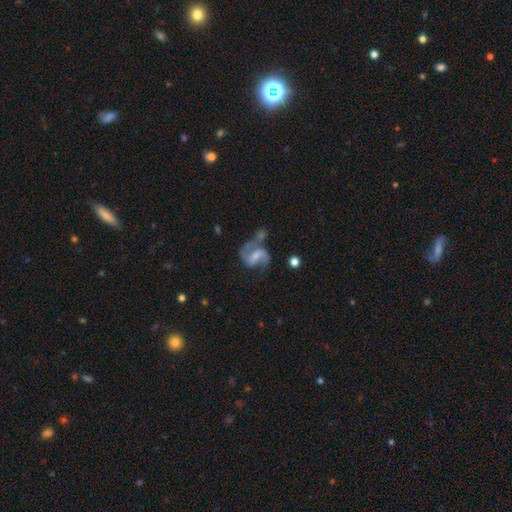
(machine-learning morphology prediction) This appears to be a featured or disk galaxy (83%) with a weak bar (49%), 2 (88%) medium (52%) spiral arms (95%) and a small central bulge (45%). Merging: none (45%).